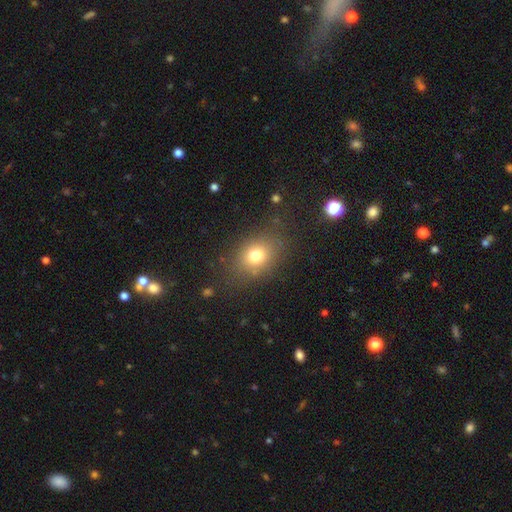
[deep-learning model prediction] smooth 76%, star or artifact 13%, featured or disk 11%. Down the decision tree: how rounded — in between (58%); merging — none (79%).